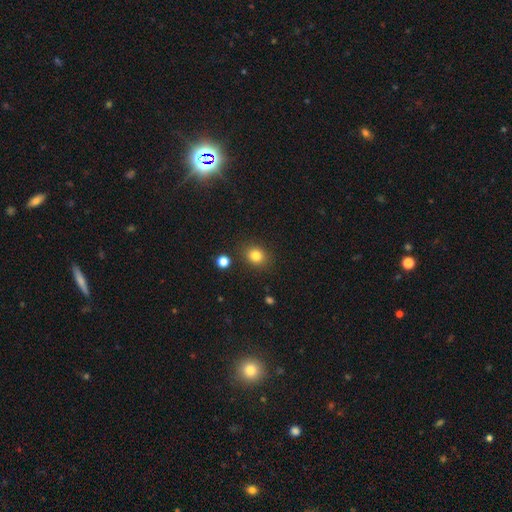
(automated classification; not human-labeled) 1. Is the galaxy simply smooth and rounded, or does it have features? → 82% smooth, 12% star or artifact, 6% featured or disk.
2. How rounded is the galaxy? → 66% round, 33% in between, 1% cigar-shaped.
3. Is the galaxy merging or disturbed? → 85% none, 9% minor disturbance, 3% major disturbance, 3% merger.